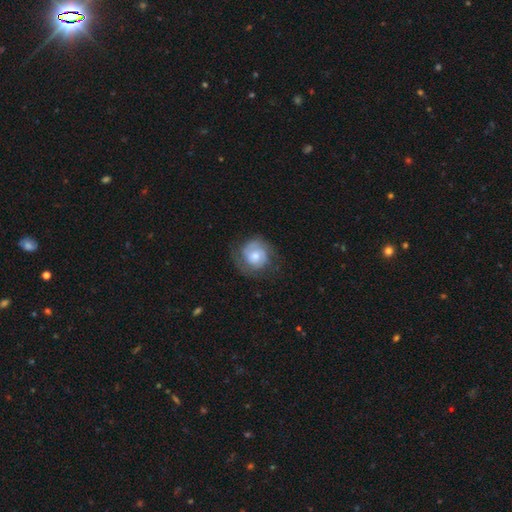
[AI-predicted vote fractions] This appears to be a featured or disk galaxy (58%) with no bar (75%), spiral arms (84%) and a moderate central bulge (54%). Merging: none (64%).